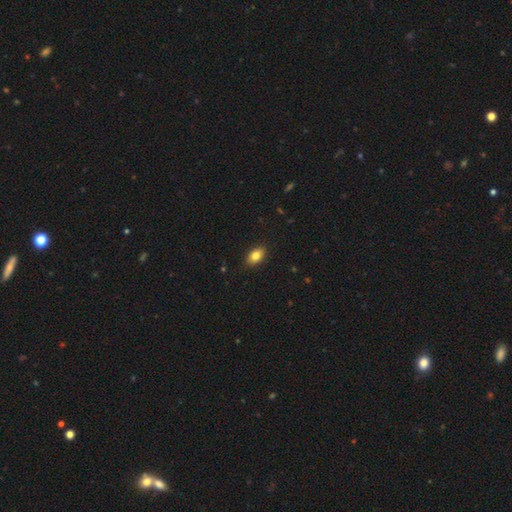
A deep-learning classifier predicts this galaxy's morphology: Overall: smooth (81%). How rounded: in between (87%). Merging: none (86%).